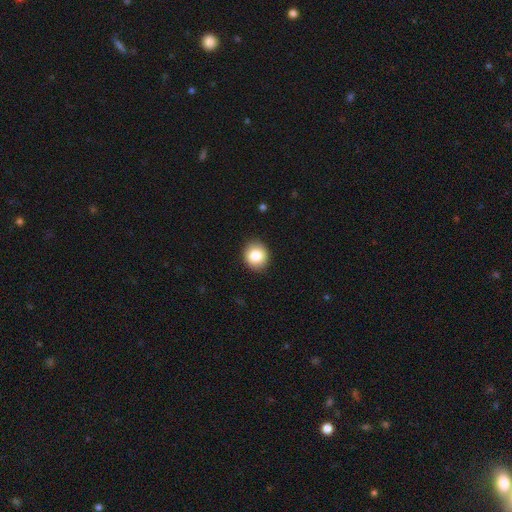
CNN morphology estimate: Smooth or featured: smooth — 84% (star or artifact — 9%)
How rounded: round — 79% (in between — 20%)
Merging: none — 90% (minor disturbance — 7%)